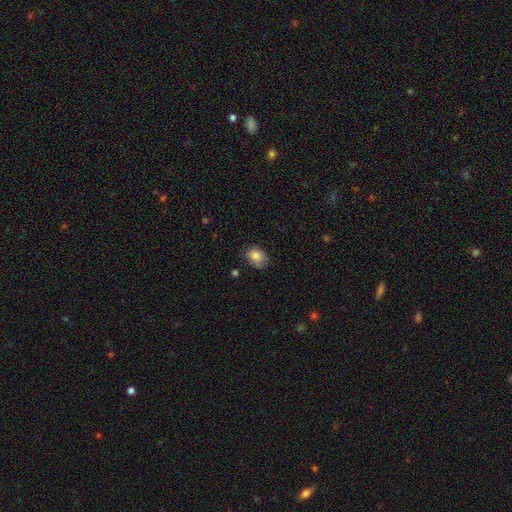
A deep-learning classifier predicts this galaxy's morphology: Q: Smooth or featured?
A: smooth (84%); runner-up: star or artifact (8%)
Q: How rounded?
A: in between (70%); runner-up: round (29%)
Q: Merging?
A: none (68%); runner-up: minor disturbance (25%)